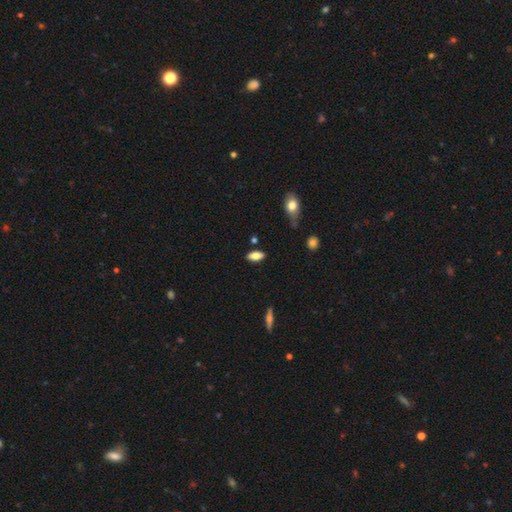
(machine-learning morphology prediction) smooth_or_featured: smooth (p=0.77) [alt: featured or disk p=0.16]
how_rounded: in between (p=0.81) [alt: cigar-shaped p=0.17]
merging: none (p=0.84) [alt: minor disturbance p=0.11]